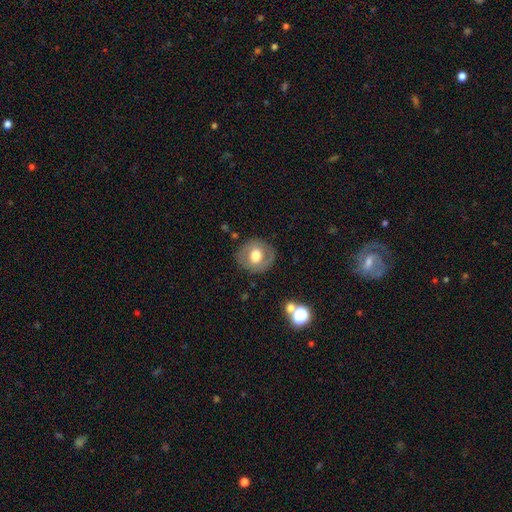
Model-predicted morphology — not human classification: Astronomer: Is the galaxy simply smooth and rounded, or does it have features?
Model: smooth — 58% (runner-up: featured or disk, 34%).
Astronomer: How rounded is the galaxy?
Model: round — 85%.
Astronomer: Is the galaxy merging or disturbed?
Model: none — 84%.